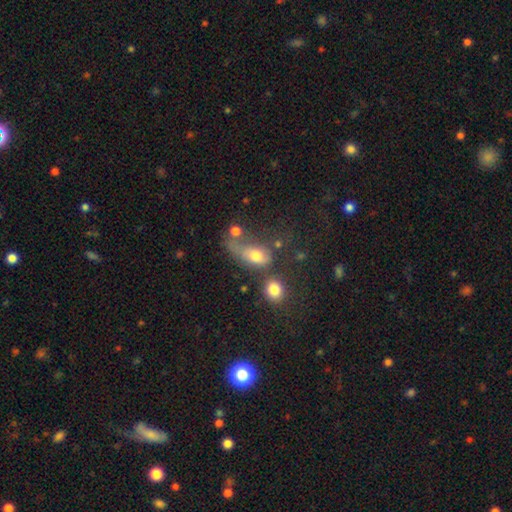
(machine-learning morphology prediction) type=smooth (67%); roundness=in between (71%); merging=major disturbance (39%).